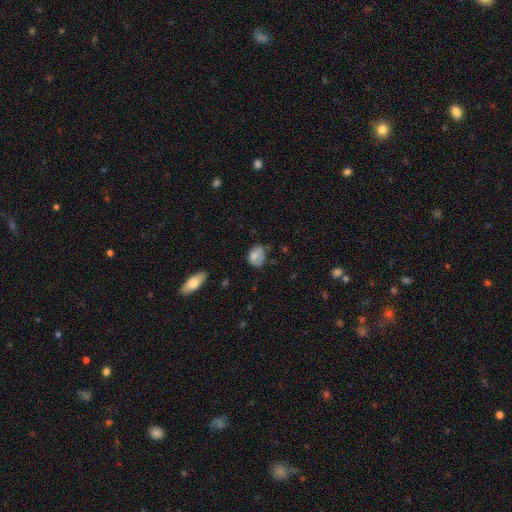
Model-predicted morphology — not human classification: Overall: smooth (70%). How rounded: in between (61%; round 37%). Merging: none (46%; minor disturbance 35%).